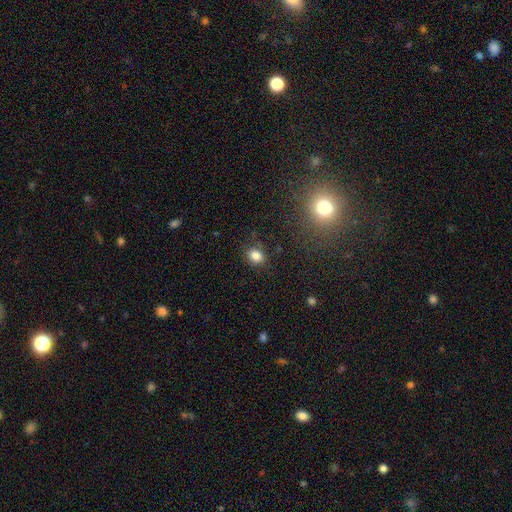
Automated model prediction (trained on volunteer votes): This appears to be a smooth galaxy with no disk features (84%) that is in between round and cigar-shaped (50%). Merging: none (83%).